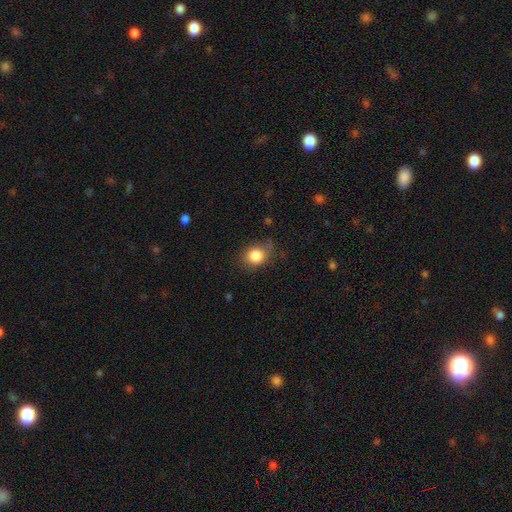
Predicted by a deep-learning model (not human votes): smooth 84%, star or artifact 10%, featured or disk 7%. Down the decision tree: how rounded — round (59%); merging — none (66%).